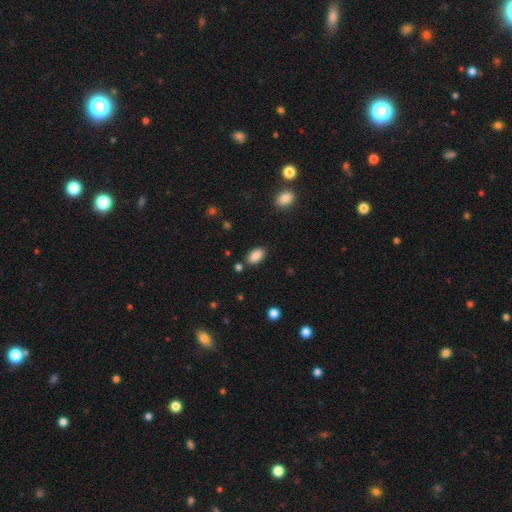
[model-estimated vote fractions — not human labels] A smooth galaxy with no disk features (88%) that is in between round and cigar-shaped (93%).

Vote fractions:
- Smooth or featured? smooth: 88% / star or artifact: 8% / featured or disk: 5%
- How rounded? in between: 93% / round: 5% / cigar-shaped: 2%
- Merging? none: 83% / minor disturbance: 10% / merger: 4% / major disturbance: 3%